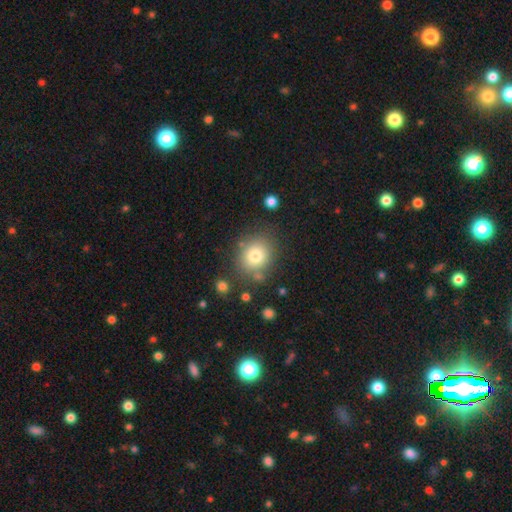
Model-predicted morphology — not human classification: smooth-or-featured: smooth: 76% | star or artifact: 15% | featured or disk: 9%
  how-rounded: round: 70% | in between: 29% | cigar-shaped: 1%
  merging: none: 82% | minor disturbance: 11% | merger: 4% | major disturbance: 3%